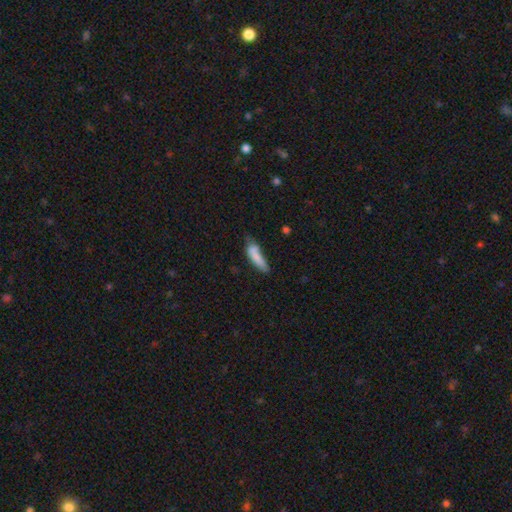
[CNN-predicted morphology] A smooth galaxy with no disk features (79%) that is cigar-shaped (62%). Merging: none (42%).